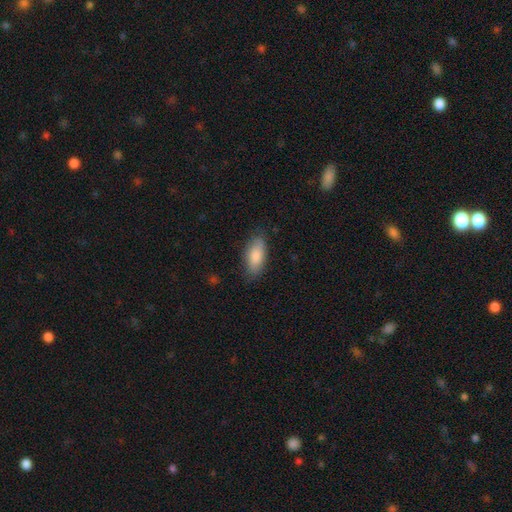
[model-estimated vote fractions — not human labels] smooth-or-featured: smooth: 84% | featured or disk: 10% | star or artifact: 6%
  how-rounded: in between: 87% | cigar-shaped: 11% | round: 2%
  merging: none: 79% | minor disturbance: 16% | major disturbance: 3% | merger: 1%